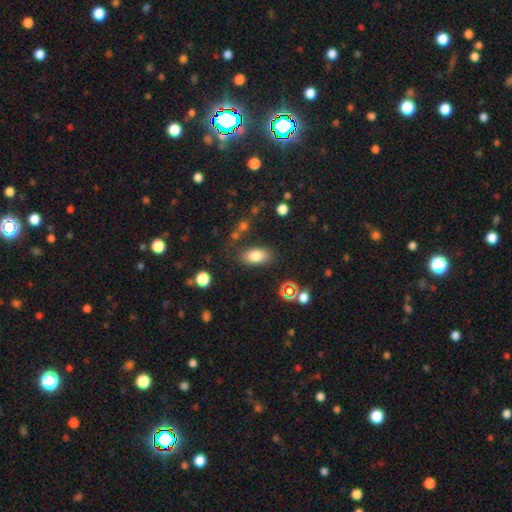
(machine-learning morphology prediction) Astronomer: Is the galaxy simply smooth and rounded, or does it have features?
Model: smooth — 80%.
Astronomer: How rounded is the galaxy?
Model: in between — 89%.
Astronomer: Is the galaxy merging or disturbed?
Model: none — 78%.